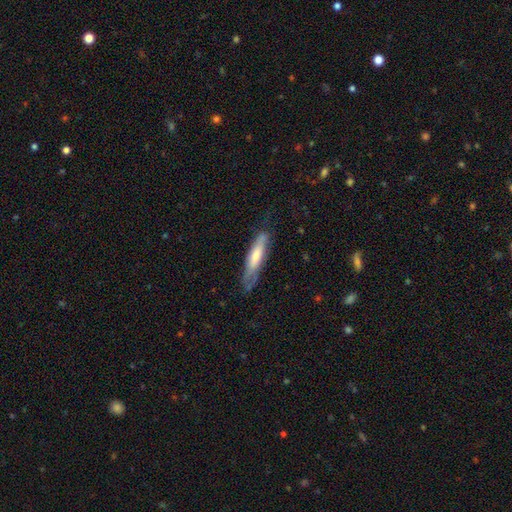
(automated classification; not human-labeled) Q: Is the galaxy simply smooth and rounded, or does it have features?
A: smooth — 55%.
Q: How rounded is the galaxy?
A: cigar-shaped — 78%.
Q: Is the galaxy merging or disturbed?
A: none — 62%.